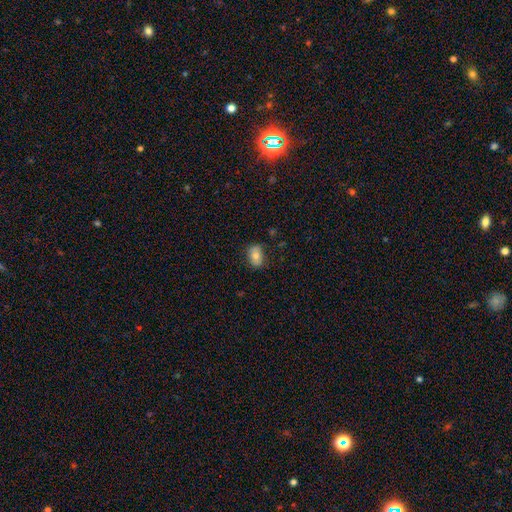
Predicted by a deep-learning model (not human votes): This is likely a smooth galaxy (75%). How rounded: likely in between (73%). Merging: likely none (78%).